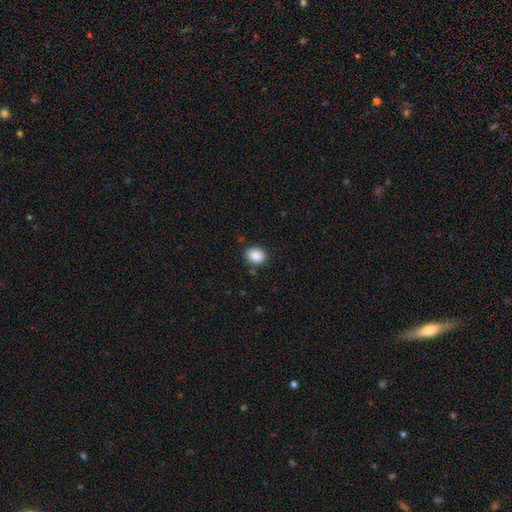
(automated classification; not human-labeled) A smooth galaxy with no disk features (89%) that is in between round and cigar-shaped (57%). Merging: none (86%).